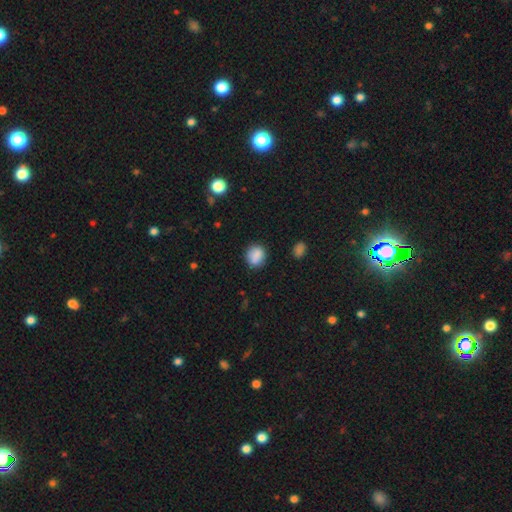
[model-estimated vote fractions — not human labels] Smooth or featured? Predicted: smooth (p=0.85). How rounded? Predicted: round (p=0.69). Merging? Predicted: none (p=0.78).